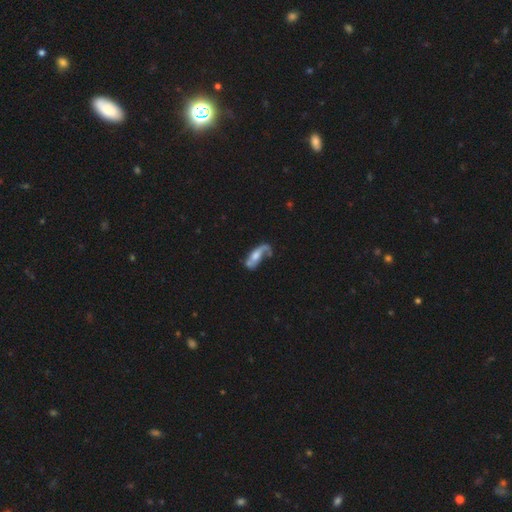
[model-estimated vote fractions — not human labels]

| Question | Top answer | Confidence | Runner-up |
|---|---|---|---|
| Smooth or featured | featured or disk | 60% | smooth (33%) |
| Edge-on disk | no | 83% | yes (17%) |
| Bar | no | 62% | weak (28%) |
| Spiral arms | yes | 75% | no (25%) |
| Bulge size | moderate | 53% | small (26%) |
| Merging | none | 35% | major disturbance (30%) |